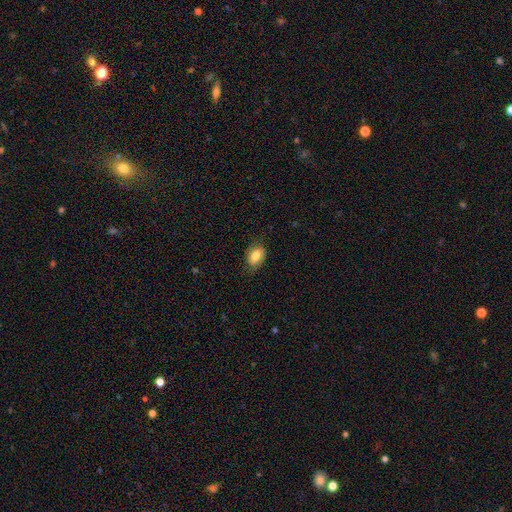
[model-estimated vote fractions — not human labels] Smooth or featured? Predicted: smooth (p=0.75). How rounded? Predicted: in between (p=0.79). Merging? Predicted: none (p=0.74).